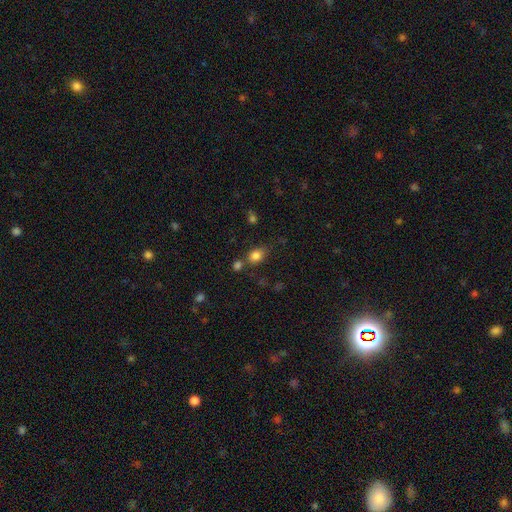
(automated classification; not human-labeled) Smooth or featured? Predicted: smooth (p=0.82). How rounded? Predicted: in between (p=0.55). Merging? Predicted: none (p=0.65).